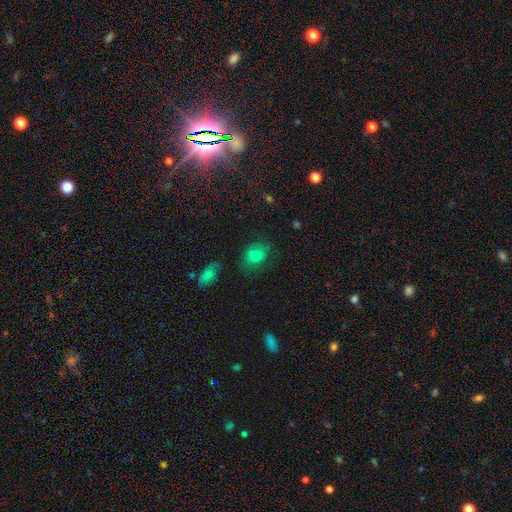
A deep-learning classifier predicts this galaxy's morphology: A smooth galaxy with no disk features (72%) that is in between round and cigar-shaped (61%). Merging: none (60%).